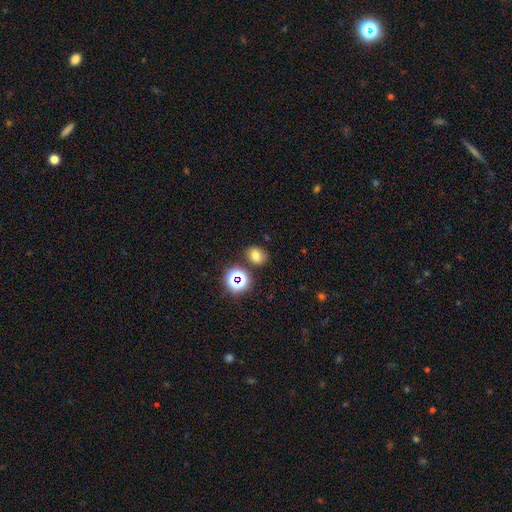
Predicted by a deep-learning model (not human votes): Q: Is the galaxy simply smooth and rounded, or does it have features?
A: smooth — 70%.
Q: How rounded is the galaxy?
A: in between — 53%.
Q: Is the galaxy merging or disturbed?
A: none — 77%.